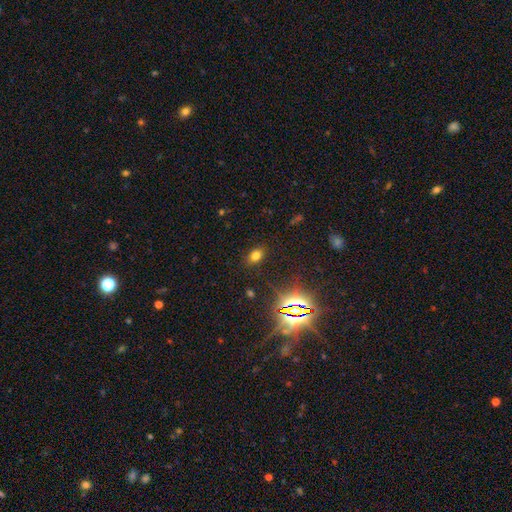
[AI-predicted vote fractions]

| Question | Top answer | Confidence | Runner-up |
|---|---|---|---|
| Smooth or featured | smooth | 68% | star or artifact (24%) |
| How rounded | in between | 75% | round (23%) |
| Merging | none | 85% | minor disturbance (10%) |